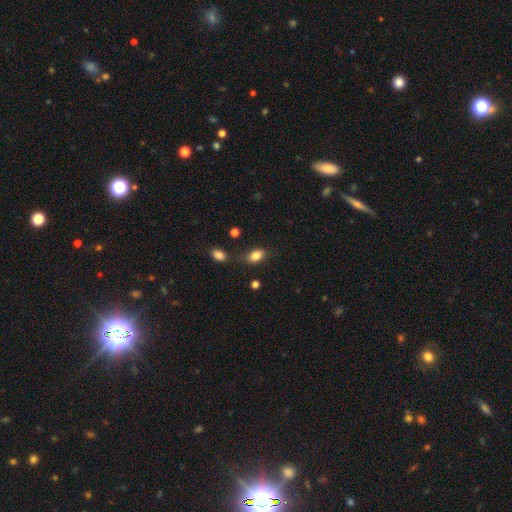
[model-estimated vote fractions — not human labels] A smooth galaxy with no disk features (83%) that is in between round and cigar-shaped (84%).

Vote fractions:
- Smooth or featured? smooth: 83% / star or artifact: 9% / featured or disk: 8%
- How rounded? in between: 84% / round: 14% / cigar-shaped: 2%
- Merging? none: 67% / minor disturbance: 19% / merger: 8% / major disturbance: 6%